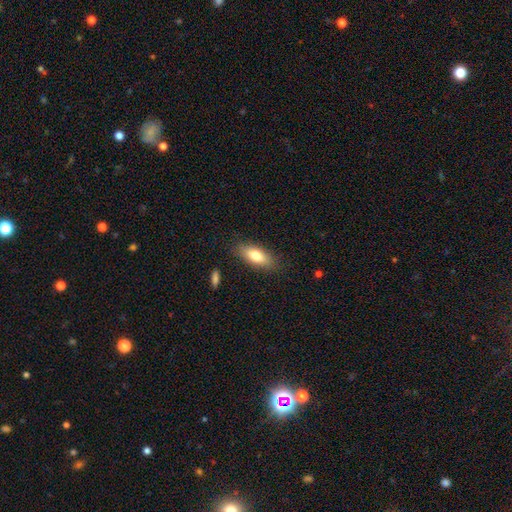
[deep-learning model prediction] Q: Smooth or featured?
A: smooth (78%); runner-up: featured or disk (15%)
Q: How rounded?
A: in between (76%); runner-up: cigar-shaped (22%)
Q: Merging?
A: none (84%); runner-up: minor disturbance (12%)